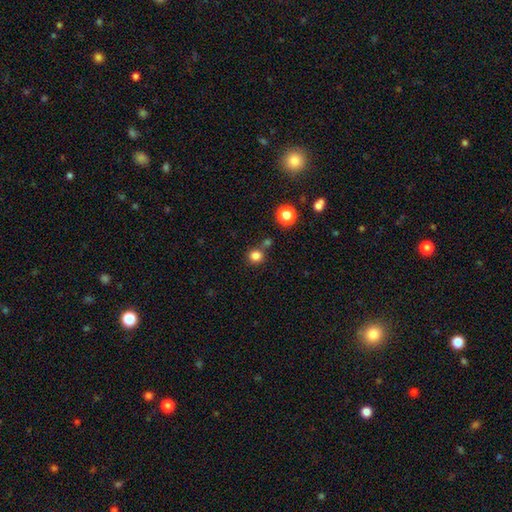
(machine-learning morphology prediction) Smooth or featured? Predicted: smooth (p=0.82). How rounded? Predicted: round (p=0.90). Merging? Predicted: none (p=0.74).